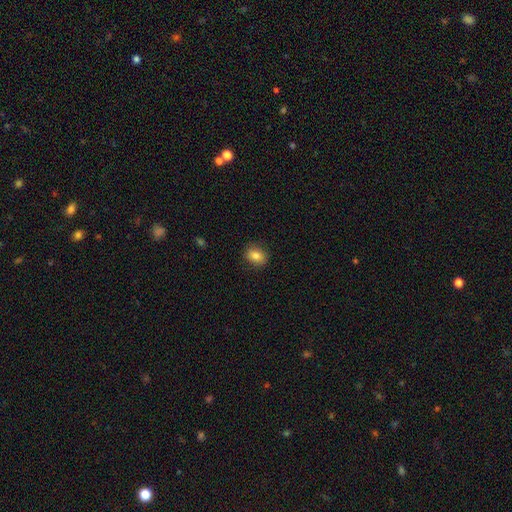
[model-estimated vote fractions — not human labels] smooth_or_featured: smooth (p=0.83) [alt: star or artifact p=0.09]
how_rounded: in between (p=0.58) [alt: round p=0.41]
merging: none (p=0.86) [alt: minor disturbance p=0.10]